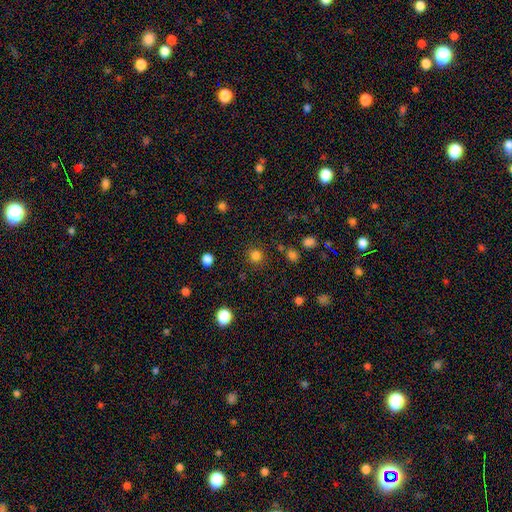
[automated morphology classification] Smooth or featured: smooth — 80% (star or artifact — 16%)
How rounded: round — 93% (in between — 7%)
Merging: none — 87% (minor disturbance — 7%)